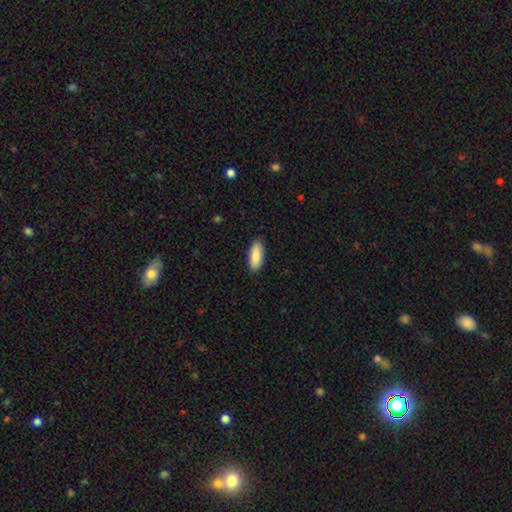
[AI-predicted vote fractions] smooth_or_featured: smooth (p=0.88) [alt: featured or disk p=0.06]
how_rounded: in between (p=0.75) [alt: cigar-shaped p=0.23]
merging: none (p=0.89) [alt: minor disturbance p=0.08]